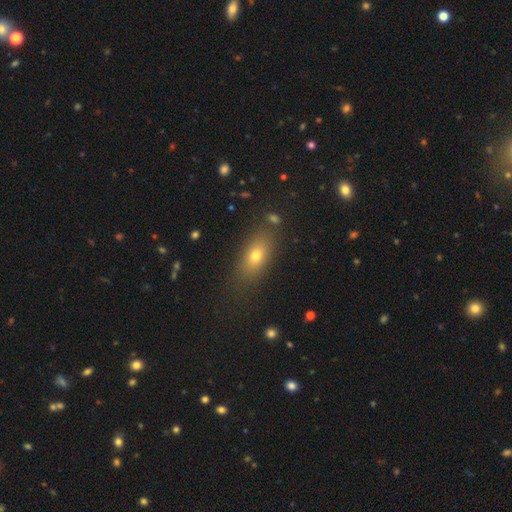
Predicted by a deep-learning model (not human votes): Q: Smooth or featured?
A: smooth (71%); runner-up: featured or disk (16%)
Q: How rounded?
A: in between (77%); runner-up: round (12%)
Q: Merging?
A: none (79%); runner-up: minor disturbance (12%)